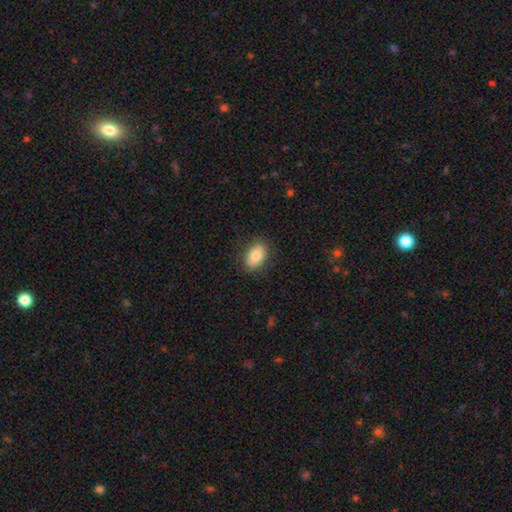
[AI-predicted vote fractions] smooth_or_featured: smooth (p=0.81) [alt: featured or disk p=0.12]
how_rounded: in between (p=0.87) [alt: round p=0.12]
merging: none (p=0.86) [alt: minor disturbance p=0.11]